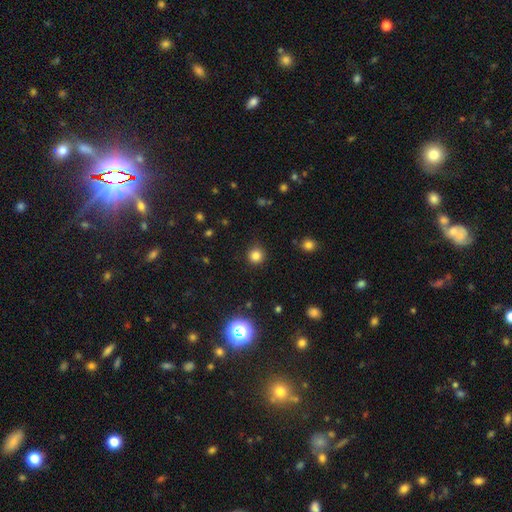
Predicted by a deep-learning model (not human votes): Q: Smooth or featured?
A: smooth (81%); runner-up: star or artifact (14%)
Q: How rounded?
A: round (93%); runner-up: in between (6%)
Q: Merging?
A: none (88%); runner-up: minor disturbance (8%)